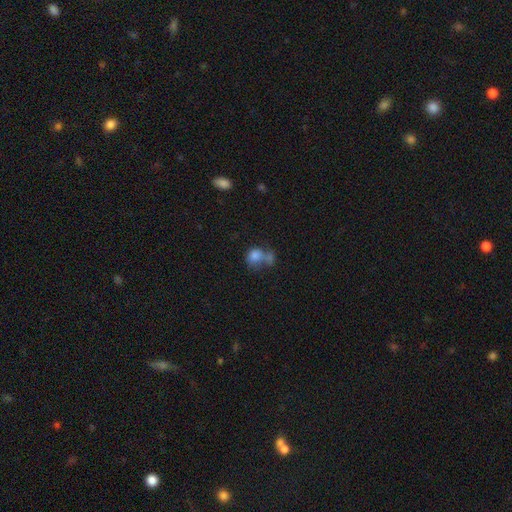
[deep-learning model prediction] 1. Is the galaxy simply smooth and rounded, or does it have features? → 79% smooth, 11% featured or disk, 10% star or artifact.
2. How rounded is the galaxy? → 59% round, 40% in between, 1% cigar-shaped.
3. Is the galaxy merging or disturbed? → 47% merger, 29% none, 13% minor disturbance, 11% major disturbance.